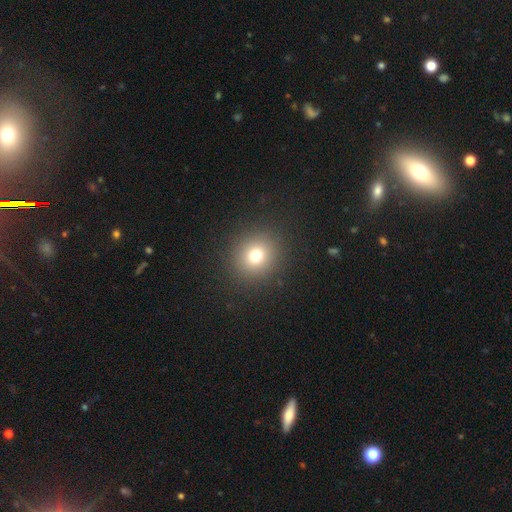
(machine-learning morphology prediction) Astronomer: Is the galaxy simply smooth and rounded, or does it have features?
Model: smooth — 74%.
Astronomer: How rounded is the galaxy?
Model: round — 87%.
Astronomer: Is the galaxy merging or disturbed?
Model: none — 90%.